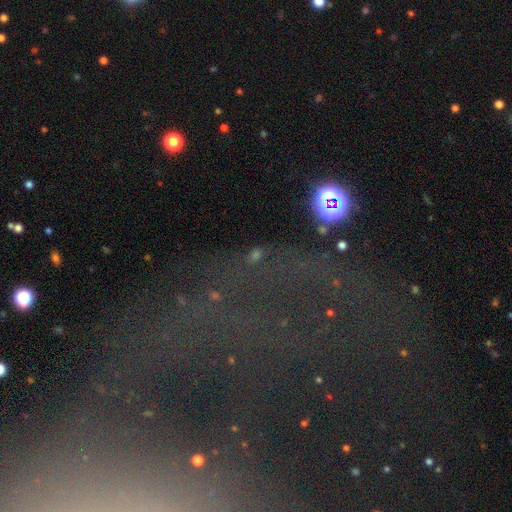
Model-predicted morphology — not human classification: smooth-or-featured: star or artifact: 65% | smooth: 23% | featured or disk: 13%